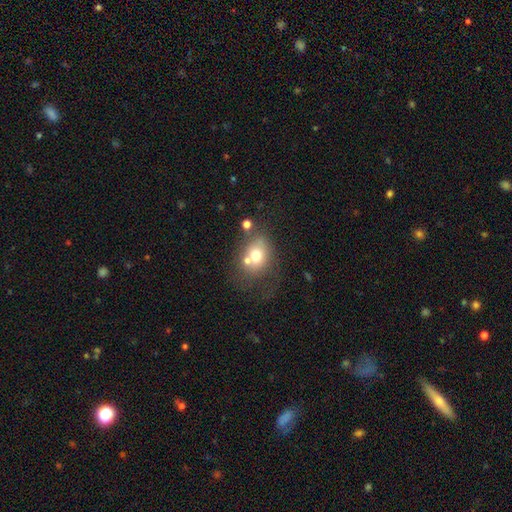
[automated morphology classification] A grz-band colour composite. It shows a smooth galaxy with no disk features (65%) that is round (53%). Merging: none (43%).